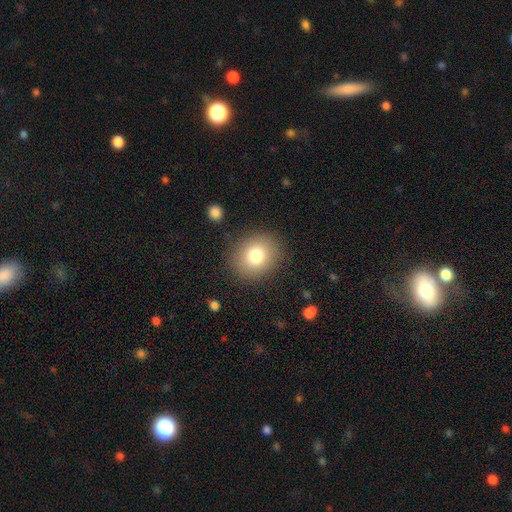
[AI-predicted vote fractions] Overall: smooth (79%). How rounded: round (69%; in between 30%). Merging: none (86%).